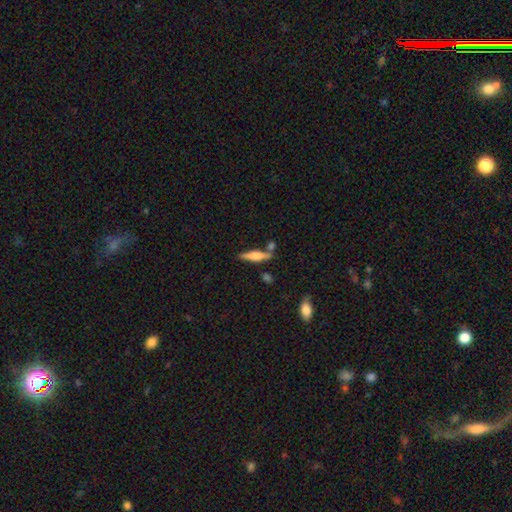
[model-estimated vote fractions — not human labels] Q: Smooth or featured?
A: featured or disk (50%); runner-up: smooth (44%)
Q: Merging?
A: none (74%); runner-up: minor disturbance (12%)